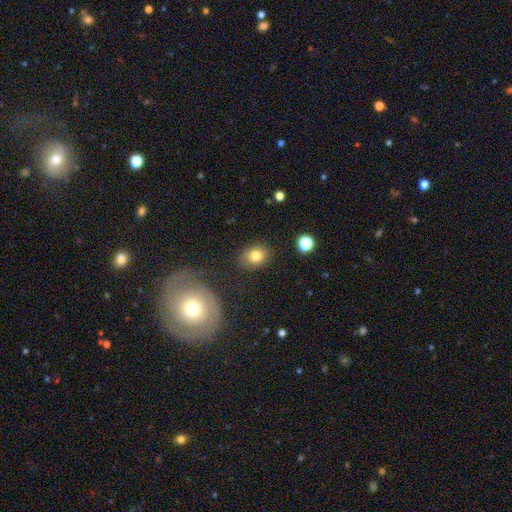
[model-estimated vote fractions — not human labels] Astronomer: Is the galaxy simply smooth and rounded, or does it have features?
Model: smooth — 80%.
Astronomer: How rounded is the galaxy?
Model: in between — 51% (runner-up: round, 48%).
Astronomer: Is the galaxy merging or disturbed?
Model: none — 83%.